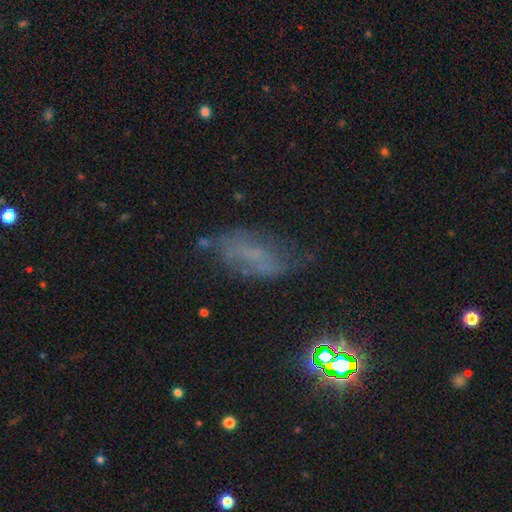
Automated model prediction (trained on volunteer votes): This appears to be a featured or disk galaxy (40%). Merging: none (48%).